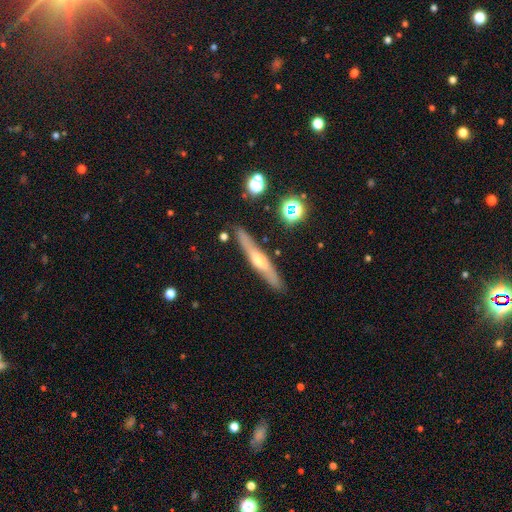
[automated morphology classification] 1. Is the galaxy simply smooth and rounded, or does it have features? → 67% featured or disk, 26% smooth, 8% star or artifact.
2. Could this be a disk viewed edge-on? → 94% yes, 6% no.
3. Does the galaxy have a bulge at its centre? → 85% rounded, 10% none, 5% boxy.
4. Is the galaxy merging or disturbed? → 85% none, 10% minor disturbance, 3% merger, 2% major disturbance.